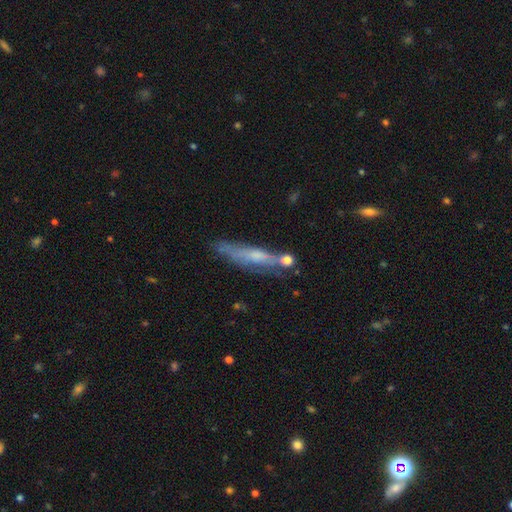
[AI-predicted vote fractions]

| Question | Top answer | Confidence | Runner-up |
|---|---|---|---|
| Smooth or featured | featured or disk | 48% | smooth (42%) |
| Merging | none | 56% | minor disturbance (23%) |